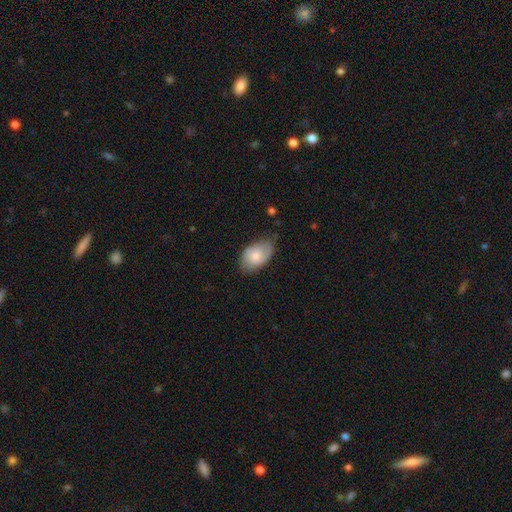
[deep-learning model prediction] Smooth or featured? smooth (58%)
How rounded? in between (90%)
Merging? none (66%)